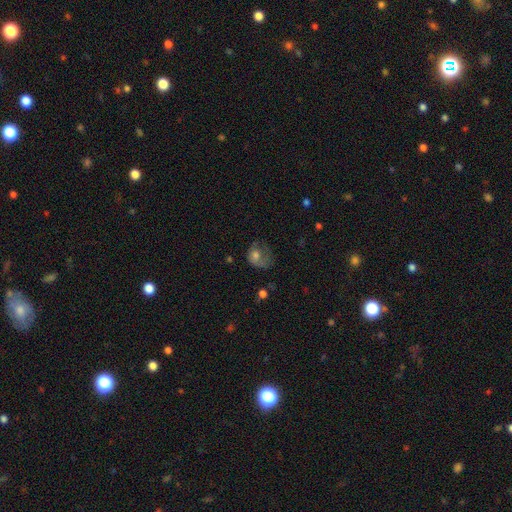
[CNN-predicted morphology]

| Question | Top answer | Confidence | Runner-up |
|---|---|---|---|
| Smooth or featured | smooth | 61% | featured or disk (29%) |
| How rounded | round | 52% | in between (47%) |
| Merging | major disturbance | 46% | none (27%) |